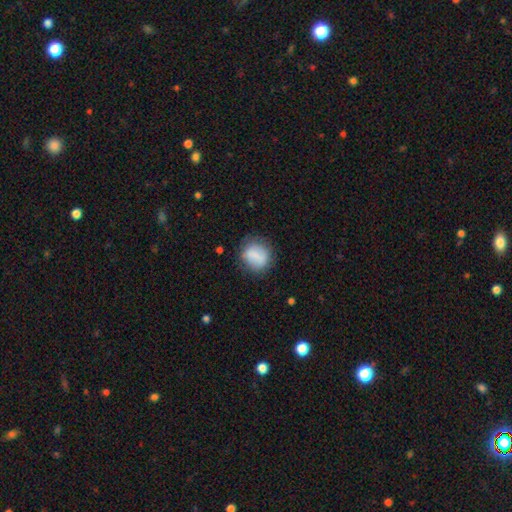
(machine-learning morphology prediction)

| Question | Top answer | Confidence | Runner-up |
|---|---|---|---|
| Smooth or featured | smooth | 79% | featured or disk (13%) |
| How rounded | round | 72% | in between (27%) |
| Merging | none | 73% | minor disturbance (18%) |